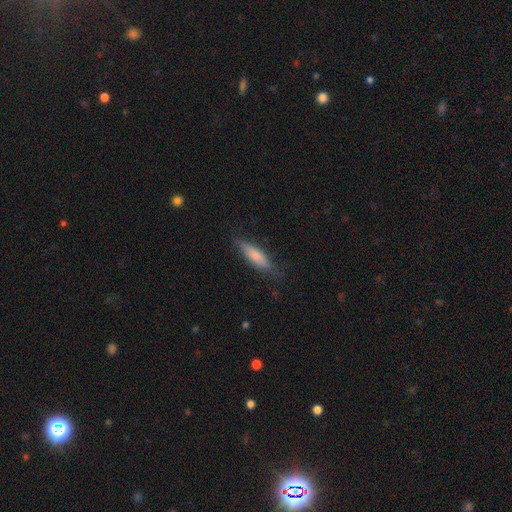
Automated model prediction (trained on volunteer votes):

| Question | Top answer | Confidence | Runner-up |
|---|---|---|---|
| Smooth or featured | smooth | 71% | featured or disk (23%) |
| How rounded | cigar-shaped | 69% | in between (29%) |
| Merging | none | 76% | minor disturbance (18%) |